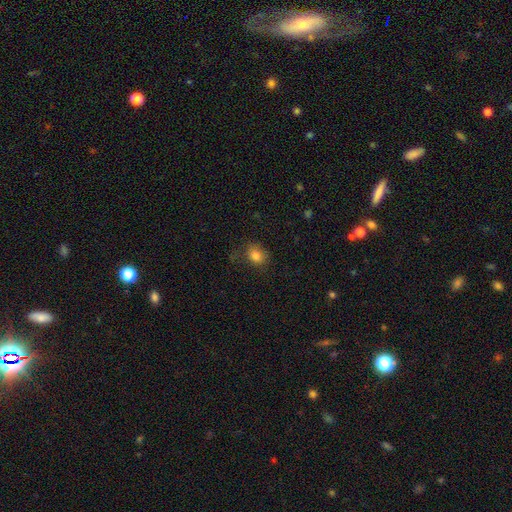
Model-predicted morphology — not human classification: Overall: smooth (81%). How rounded: round (50%; in between 49%). Merging: none (69%).